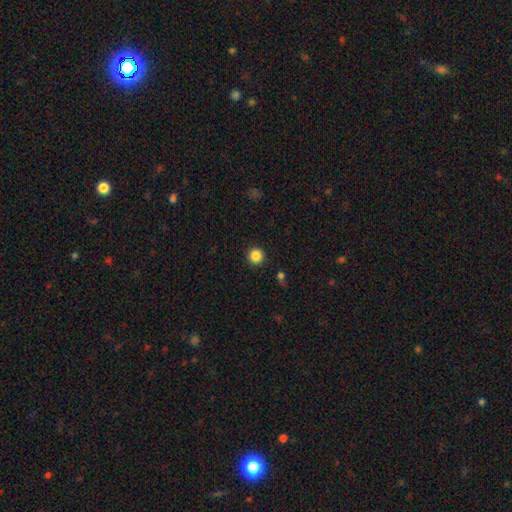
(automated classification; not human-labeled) This appears to be a smooth galaxy with no disk features (85%) that is round (96%). Merging: none (92%).